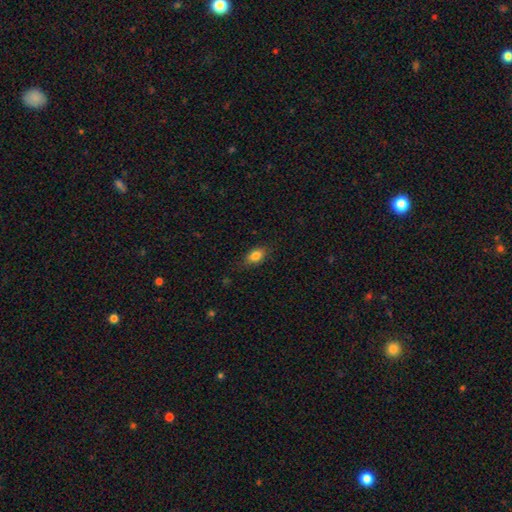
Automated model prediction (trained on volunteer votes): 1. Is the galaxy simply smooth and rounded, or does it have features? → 83% smooth, 9% star or artifact, 8% featured or disk.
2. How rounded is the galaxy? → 85% in between, 10% round, 5% cigar-shaped.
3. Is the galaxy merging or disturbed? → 80% none, 15% minor disturbance, 4% major disturbance, 1% merger.